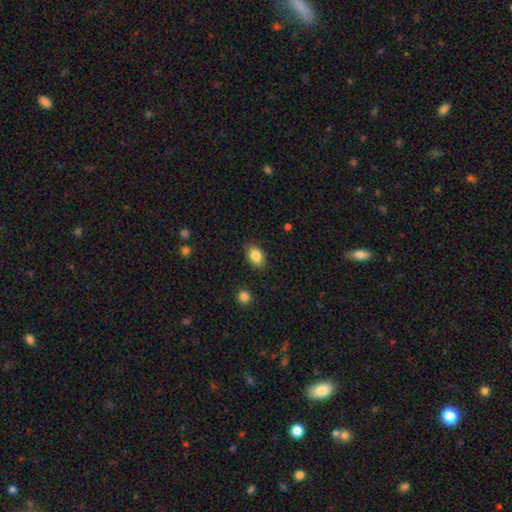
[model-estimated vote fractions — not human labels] Smooth or featured?
  - smooth: 85% *
  - star or artifact: 8%
  - featured or disk: 6%
How rounded?
  - in between: 80% *
  - round: 18%
  - cigar-shaped: 1%
Merging?
  - none: 85% *
  - minor disturbance: 11%
  - major disturbance: 3%
  - merger: 1%